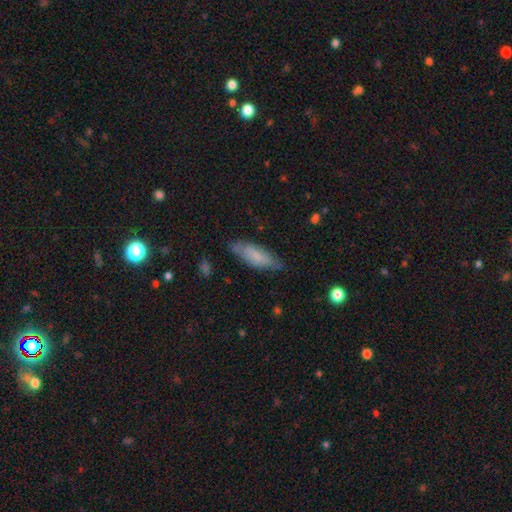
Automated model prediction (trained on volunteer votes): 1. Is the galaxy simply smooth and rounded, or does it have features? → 65% smooth, 28% featured or disk, 7% star or artifact.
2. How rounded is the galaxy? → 56% in between, 42% cigar-shaped, 2% round.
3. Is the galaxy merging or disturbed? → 68% none, 25% minor disturbance, 6% major disturbance, 2% merger.